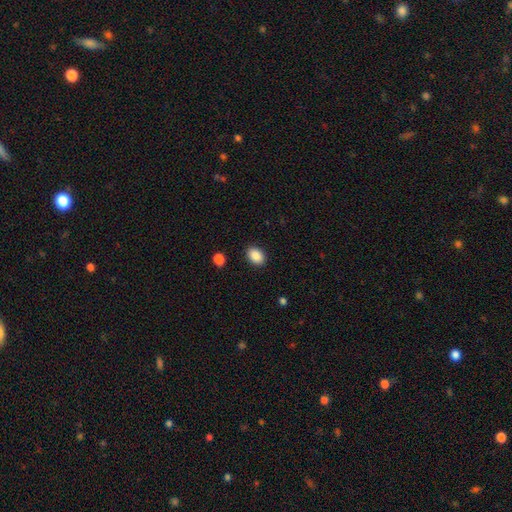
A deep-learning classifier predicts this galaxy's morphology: Overall: smooth (89%). How rounded: in between (79%). Merging: none (89%).